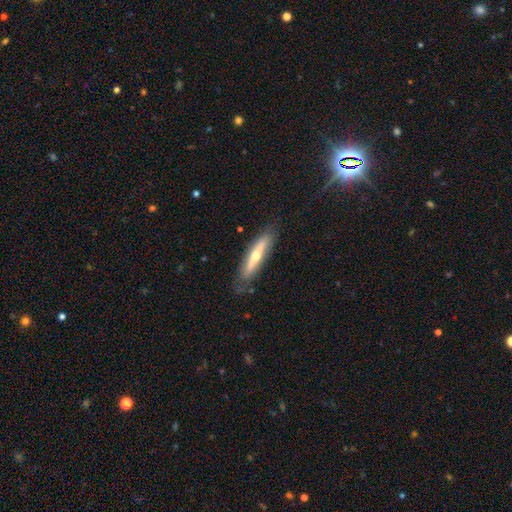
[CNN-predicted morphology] This is possibly a featured or disk galaxy (53%). It is likely viewed edge-on (75%). Merging: likely none (78%).